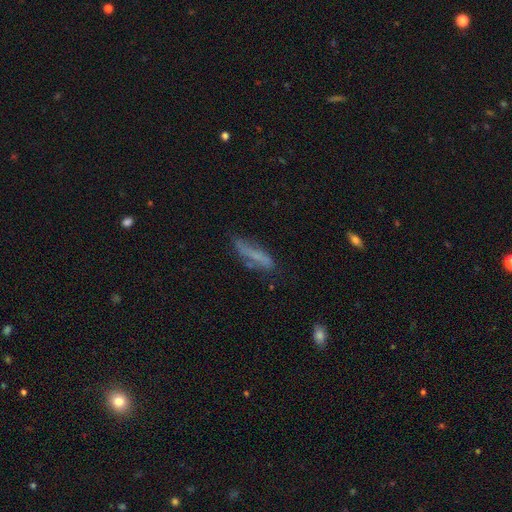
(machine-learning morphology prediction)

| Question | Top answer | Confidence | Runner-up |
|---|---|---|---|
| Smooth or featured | smooth | 58% | featured or disk (32%) |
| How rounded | cigar-shaped | 76% | in between (22%) |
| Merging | none | 56% | minor disturbance (27%) |